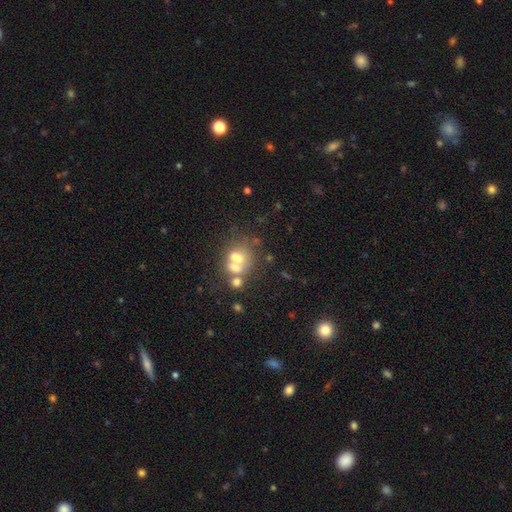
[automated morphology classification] The model was most divided on "smooth or featured": smooth: 55%, star or artifact: 33%, featured or disk: 12%. More confident: how rounded — round (70%); merging — none (61%).